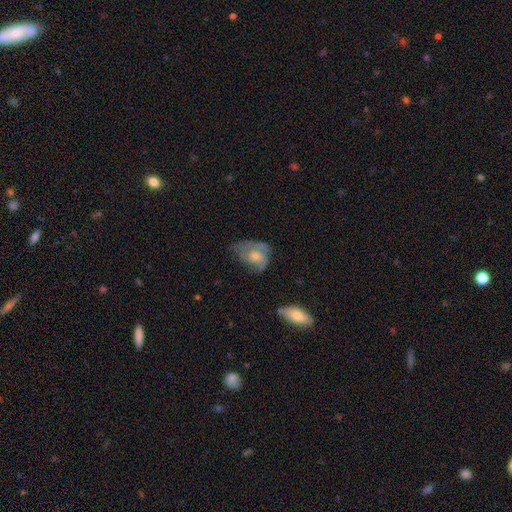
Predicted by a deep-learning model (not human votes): Smooth or featured?
  - featured or disk: 47% *
  - smooth: 45%
  - star or artifact: 7%
Merging?
  - none: 34% *
  - major disturbance: 32%
  - minor disturbance: 31%
  - merger: 3%